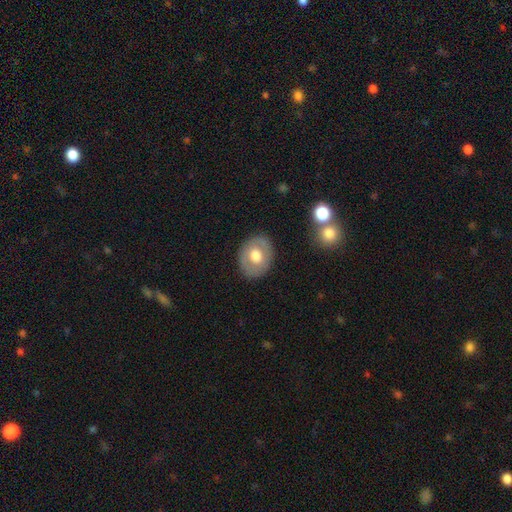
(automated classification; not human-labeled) smooth 55%, featured or disk 39%, star or artifact 6%. Down the decision tree: how rounded — in between (52%); merging — none (85%).